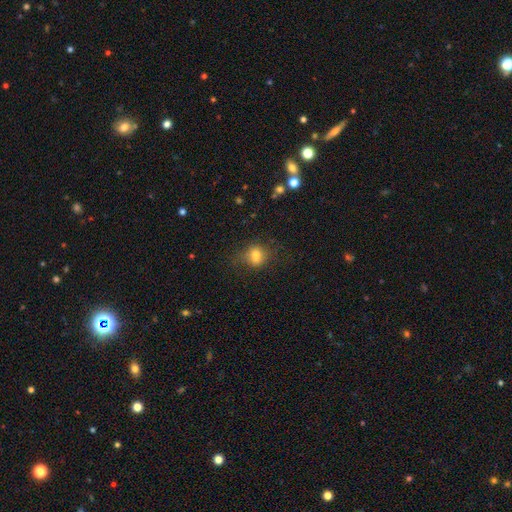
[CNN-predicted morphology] smooth-or-featured: smooth: 76% | featured or disk: 12% | star or artifact: 12%
  how-rounded: round: 57% | in between: 41% | cigar-shaped: 1%
  merging: none: 68% | minor disturbance: 20% | major disturbance: 10% | merger: 2%